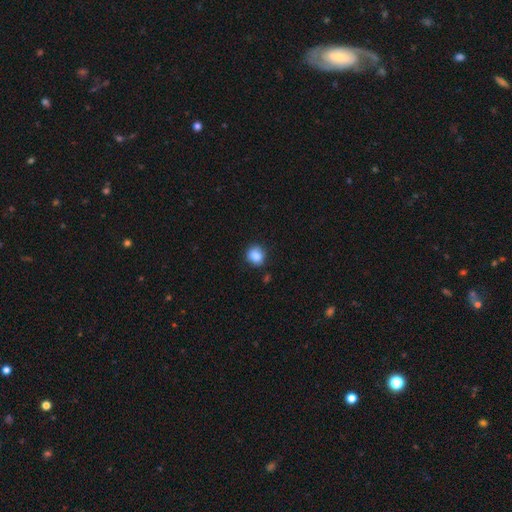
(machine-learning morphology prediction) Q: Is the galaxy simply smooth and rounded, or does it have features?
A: smooth — 87%.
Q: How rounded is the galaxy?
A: round — 76%.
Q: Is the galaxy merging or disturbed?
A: none — 82%.